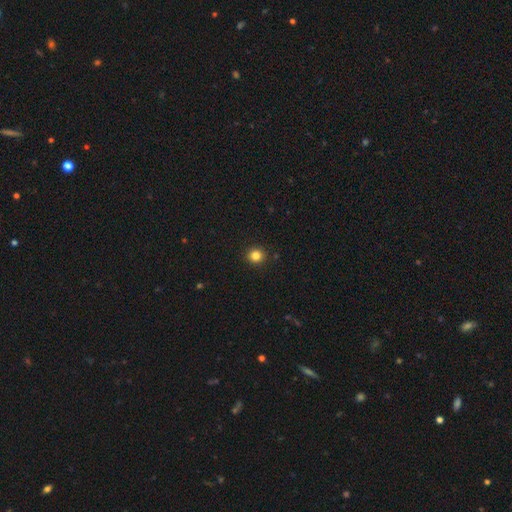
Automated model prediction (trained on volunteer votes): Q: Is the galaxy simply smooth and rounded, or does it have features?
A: smooth — 83%.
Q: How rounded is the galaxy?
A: round — 90%.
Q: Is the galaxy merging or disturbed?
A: none — 92%.